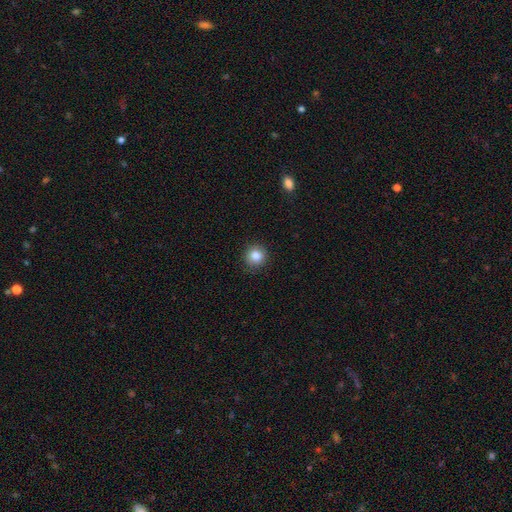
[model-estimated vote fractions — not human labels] Overall: smooth (85%). How rounded: round (92%). Merging: none (90%).